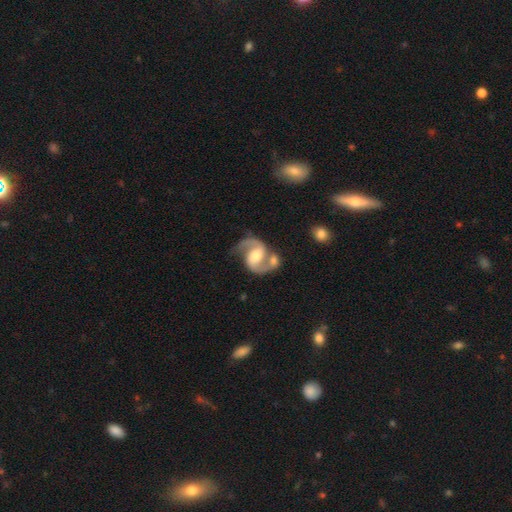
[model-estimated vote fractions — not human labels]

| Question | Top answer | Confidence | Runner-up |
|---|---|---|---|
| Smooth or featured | featured or disk | 90% | smooth (6%) |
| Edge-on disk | no | 98% | yes (2%) |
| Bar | weak | 43% | no (34%) |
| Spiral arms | yes | 97% | no (3%) |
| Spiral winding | medium | 58% | loose (28%) |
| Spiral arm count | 2 | 93% | 1 (2%) |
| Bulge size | moderate | 58% | small (23%) |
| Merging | none | 56% | merger (22%) |